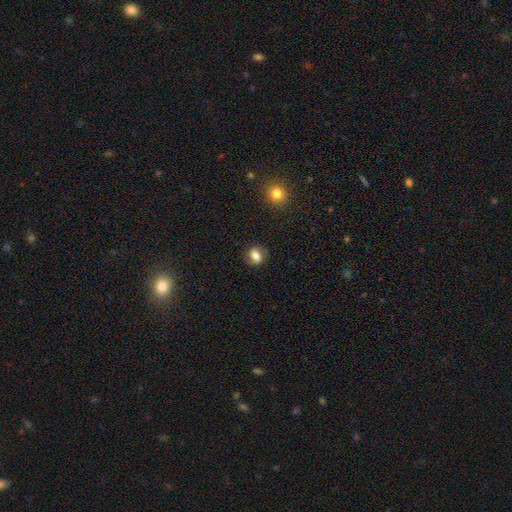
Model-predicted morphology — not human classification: type=smooth (78%); roundness=in between (56%); merging=none (81%).